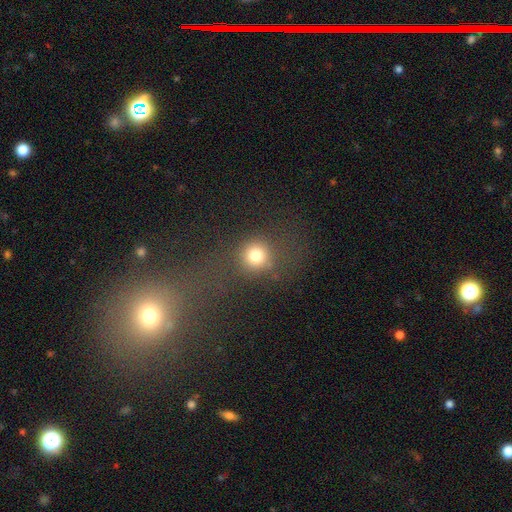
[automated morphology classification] This appears to be a smooth galaxy with no disk features (77%) that is round (85%). Merging: none (67%).